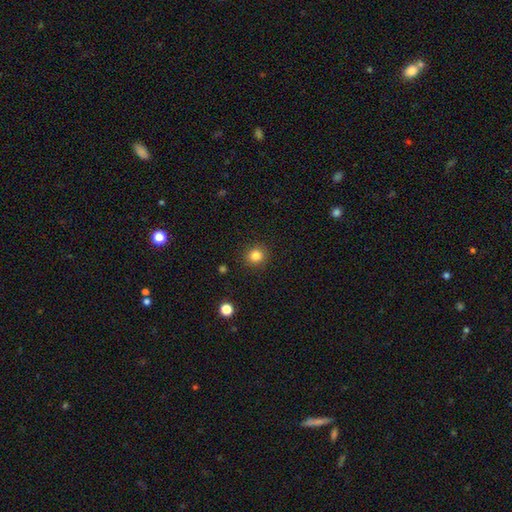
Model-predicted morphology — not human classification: smooth 83%, star or artifact 12%, featured or disk 5%. Down the decision tree: how rounded — round (90%); merging — none (90%).